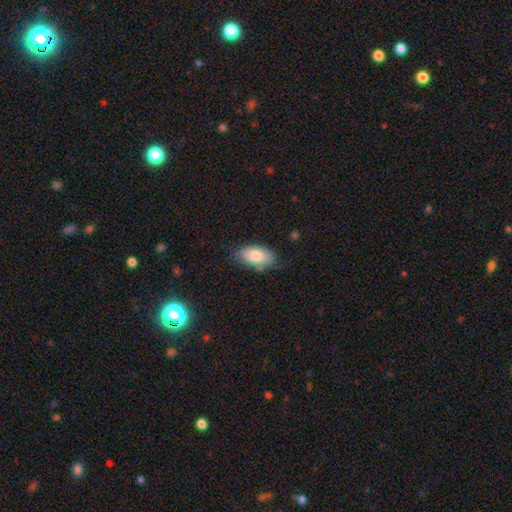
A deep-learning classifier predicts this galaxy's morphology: smooth-or-featured: smooth: 81% | featured or disk: 12% | star or artifact: 7%
  how-rounded: in between: 93% | round: 4% | cigar-shaped: 3%
  merging: none: 74% | minor disturbance: 20% | major disturbance: 4% | merger: 2%